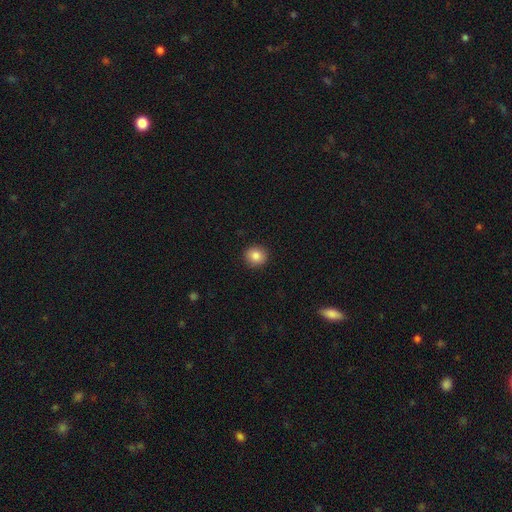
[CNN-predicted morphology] type=smooth (85%); roundness=round (89%); merging=none (92%).